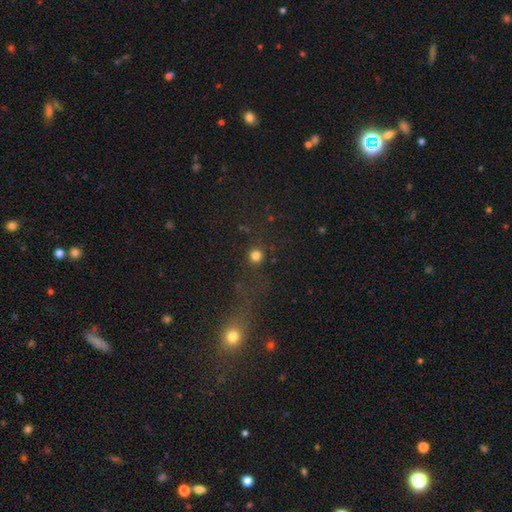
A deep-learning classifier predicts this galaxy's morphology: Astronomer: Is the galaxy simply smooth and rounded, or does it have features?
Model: smooth — 78%.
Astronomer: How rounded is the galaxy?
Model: round — 93%.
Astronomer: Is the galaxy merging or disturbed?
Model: none — 79%.